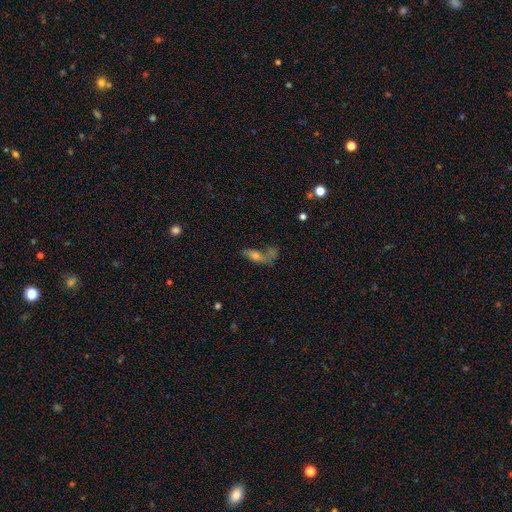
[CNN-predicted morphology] type=smooth (55%); roundness=in between (64%); merging=merger (40%).